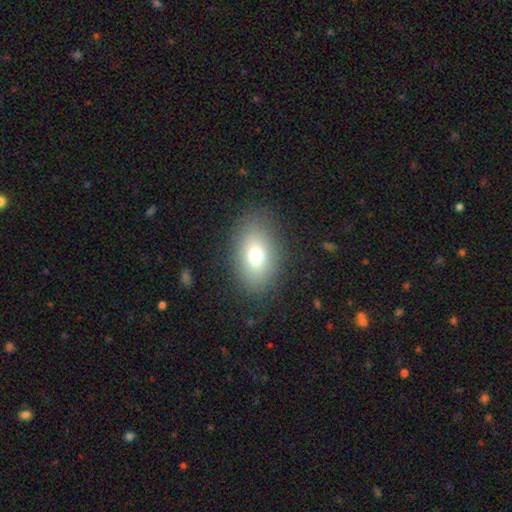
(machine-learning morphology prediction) type=smooth (71%); roundness=in between (80%); merging=none (83%).